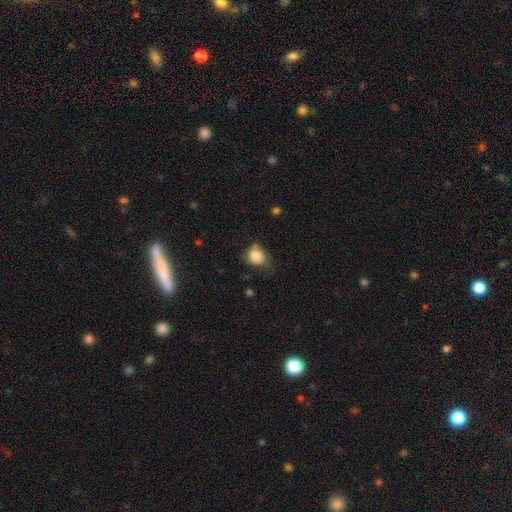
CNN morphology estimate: A smooth galaxy with no disk features (81%) that is round (57%).

Vote fractions:
- Smooth or featured? smooth: 81% / featured or disk: 10% / star or artifact: 9%
- How rounded? round: 57% / in between: 42% / cigar-shaped: 1%
- Merging? none: 46% / minor disturbance: 35% / major disturbance: 12% / merger: 6%